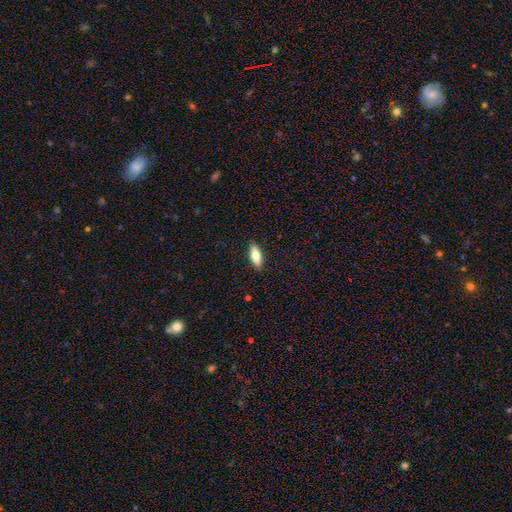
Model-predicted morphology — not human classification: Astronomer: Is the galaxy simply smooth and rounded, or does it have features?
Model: smooth — 76%.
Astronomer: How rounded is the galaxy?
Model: in between — 66%.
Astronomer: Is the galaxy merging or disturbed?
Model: none — 89%.